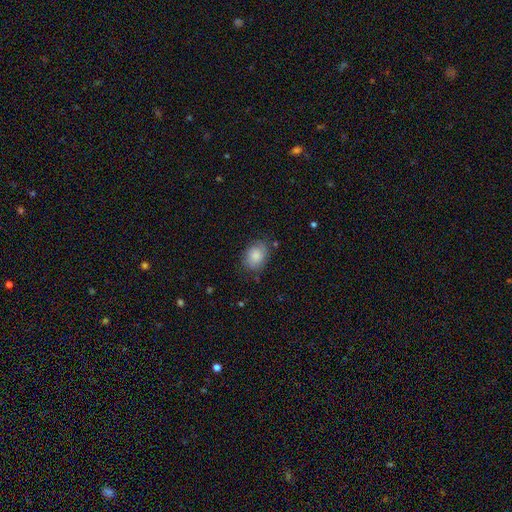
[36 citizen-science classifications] A smooth galaxy with no disk features (86%) that is in between round and cigar-shaped (58%). Merging: none (65%).